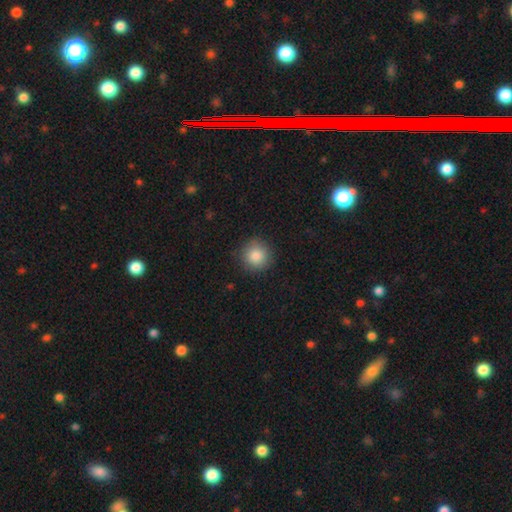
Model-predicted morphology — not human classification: Smooth or featured: smooth — 86% (star or artifact — 9%)
How rounded: round — 94% (in between — 5%)
Merging: none — 90% (minor disturbance — 7%)